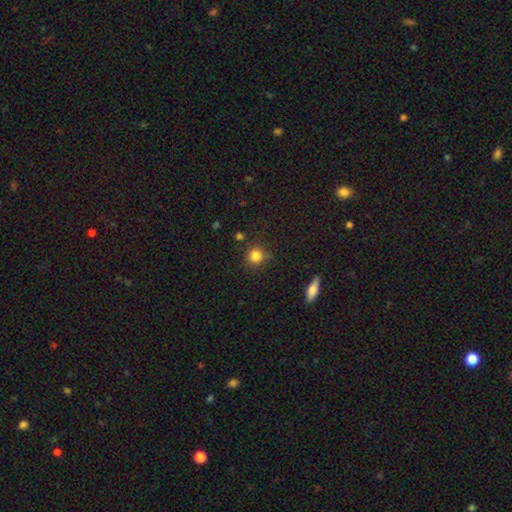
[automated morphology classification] This appears to be a smooth galaxy with no disk features (83%) that is round (91%). Merging: none (79%).